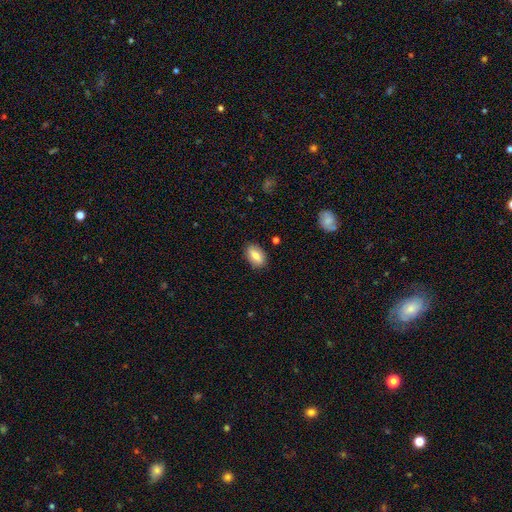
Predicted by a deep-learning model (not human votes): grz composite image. It shows a smooth galaxy with no disk features (80%) that is in between round and cigar-shaped (90%). Merging: none (86%).